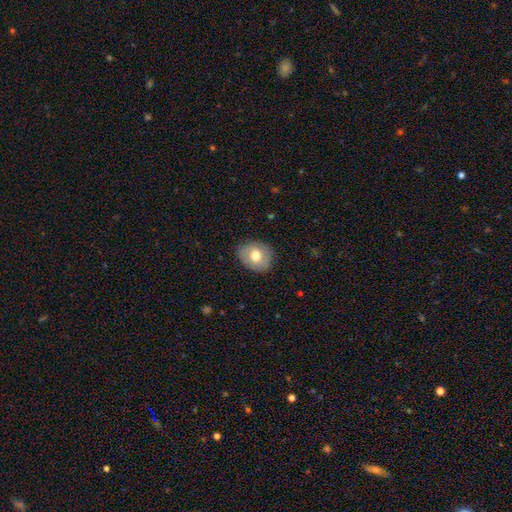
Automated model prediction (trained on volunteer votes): smooth-or-featured: smooth: 69% | featured or disk: 24% | star or artifact: 7%
  how-rounded: round: 54% | in between: 45% | cigar-shaped: 1%
  merging: none: 83% | minor disturbance: 13% | major disturbance: 3% | merger: 1%